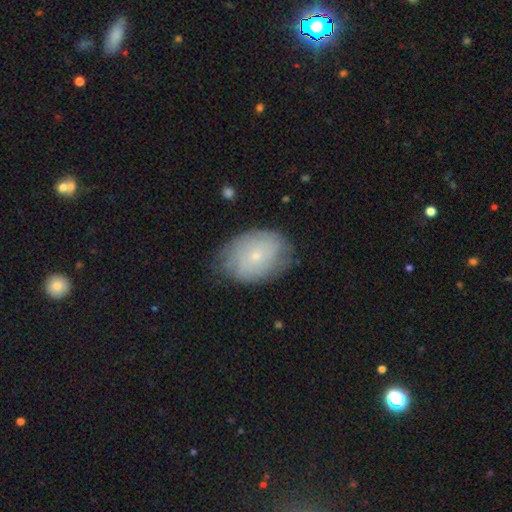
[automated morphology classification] A smooth galaxy with no disk features (49%).

Vote fractions:
- Smooth or featured? smooth: 49% / featured or disk: 42% / star or artifact: 8%
- Merging? none: 67% / minor disturbance: 24% / major disturbance: 7% / merger: 1%